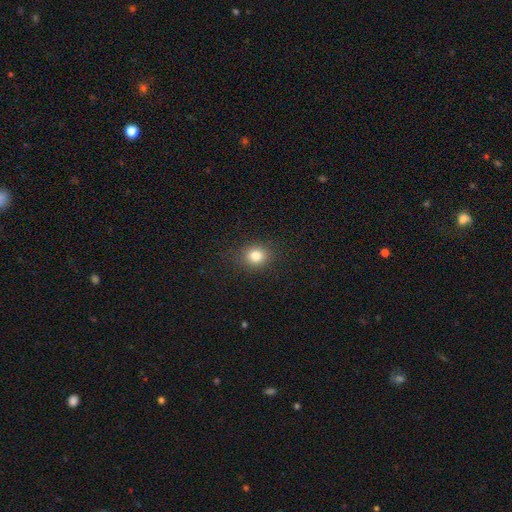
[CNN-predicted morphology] Overall: smooth (81%). How rounded: round (75%). Merging: none (87%).